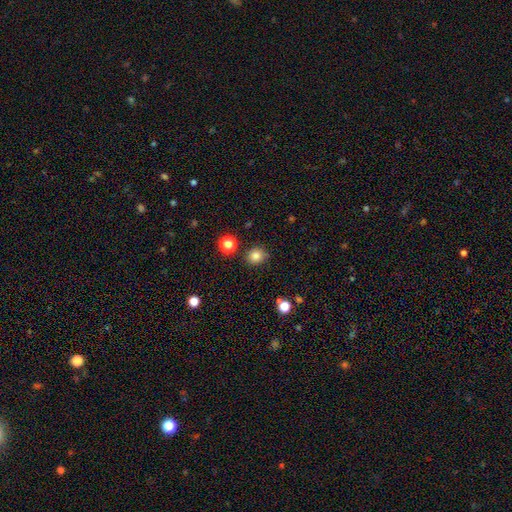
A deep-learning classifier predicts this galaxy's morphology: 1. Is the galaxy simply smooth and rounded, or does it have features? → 82% smooth, 13% star or artifact, 5% featured or disk.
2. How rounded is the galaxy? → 82% round, 17% in between, 1% cigar-shaped.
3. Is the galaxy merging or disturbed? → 84% none, 10% minor disturbance, 3% merger, 3% major disturbance.